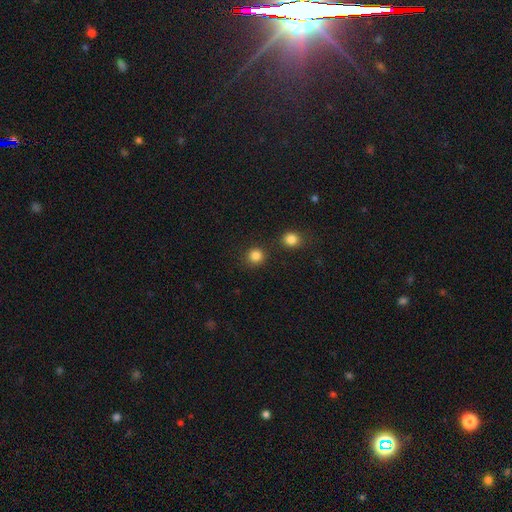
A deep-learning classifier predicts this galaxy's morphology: smooth_or_featured: smooth (p=0.85) [alt: star or artifact p=0.12]
how_rounded: round (p=0.92) [alt: in between p=0.07]
merging: none (p=0.86) [alt: minor disturbance p=0.06]